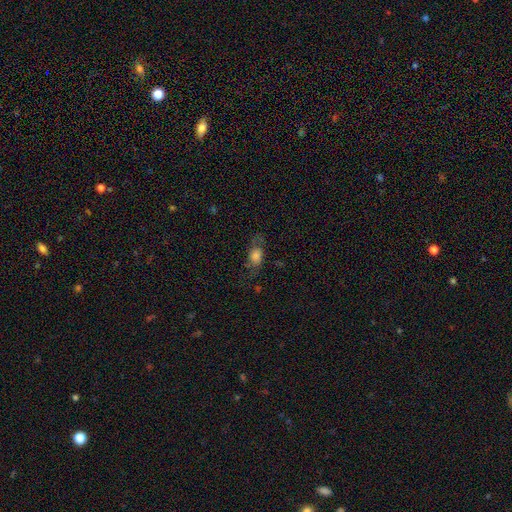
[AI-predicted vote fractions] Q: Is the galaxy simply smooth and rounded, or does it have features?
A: smooth — 58%.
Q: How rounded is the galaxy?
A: in between — 69%.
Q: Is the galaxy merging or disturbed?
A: none — 61%.